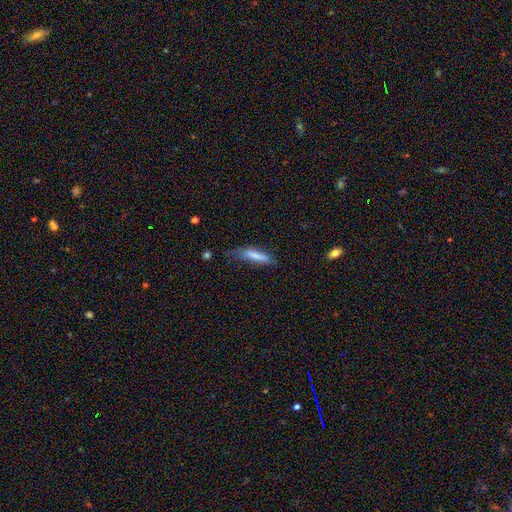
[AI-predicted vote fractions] Overall: smooth (76%). How rounded: cigar-shaped (77%). Merging: none (50%; minor disturbance 33%).